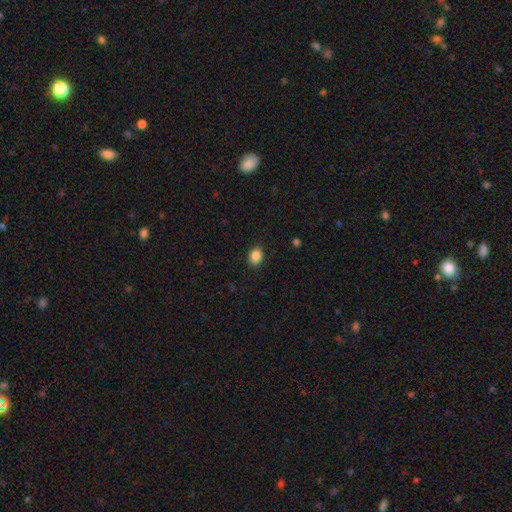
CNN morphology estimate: Smooth or featured?
  - smooth: 86% *
  - star or artifact: 9%
  - featured or disk: 5%
How rounded?
  - in between: 54% *
  - round: 45%
  - cigar-shaped: 1%
Merging?
  - none: 87% *
  - minor disturbance: 10%
  - major disturbance: 2%
  - merger: 1%